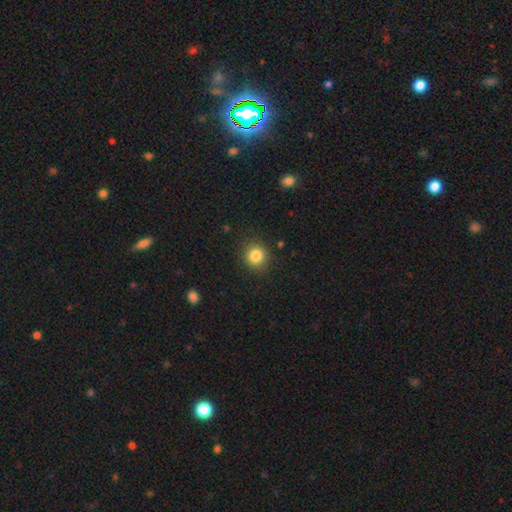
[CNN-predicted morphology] Smooth or featured? Predicted: smooth (p=0.84). How rounded? Predicted: round (p=0.86). Merging? Predicted: none (p=0.87).